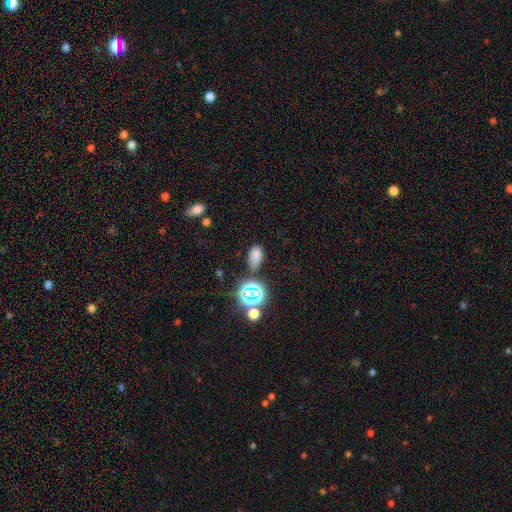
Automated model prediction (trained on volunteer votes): The model was most divided on "smooth or featured": smooth: 70%, star or artifact: 23%, featured or disk: 7%. More confident: how rounded — in between (89%); merging — none (72%).